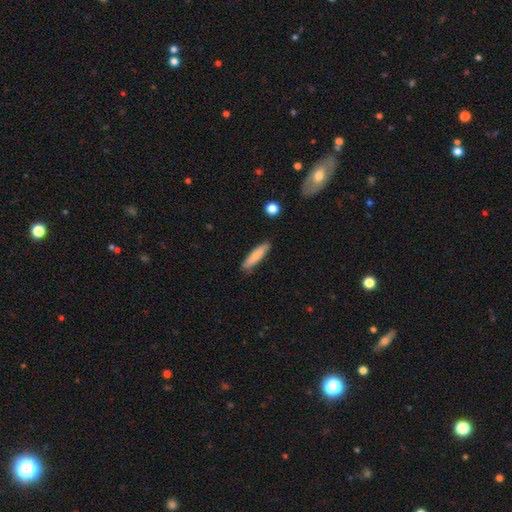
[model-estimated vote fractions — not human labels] Q: Smooth or featured?
A: smooth (78%); runner-up: featured or disk (15%)
Q: How rounded?
A: cigar-shaped (78%); runner-up: in between (21%)
Q: Merging?
A: none (83%); runner-up: minor disturbance (13%)